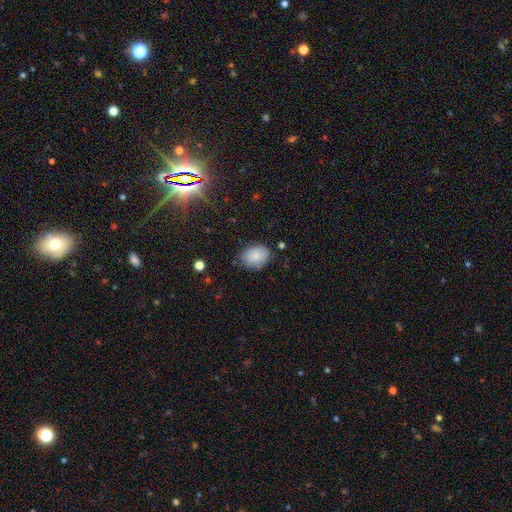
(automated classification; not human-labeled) Smooth or featured? smooth (82%)
How rounded? in between (73%)
Merging? none (73%)